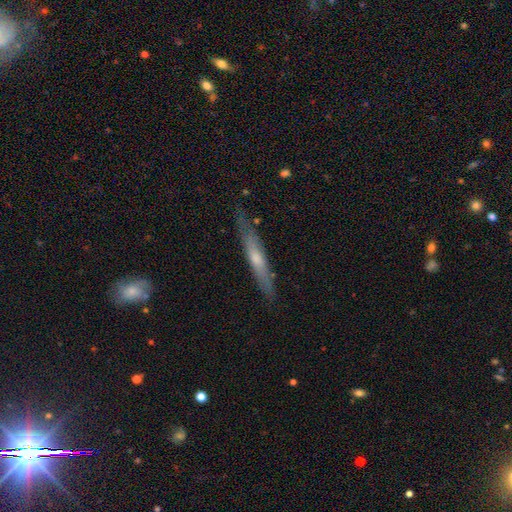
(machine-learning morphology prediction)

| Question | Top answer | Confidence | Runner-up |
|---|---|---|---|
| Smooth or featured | featured or disk | 57% | smooth (37%) |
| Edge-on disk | yes | 90% | no (10%) |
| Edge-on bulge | rounded | 57% | none (35%) |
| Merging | none | 81% | minor disturbance (15%) |